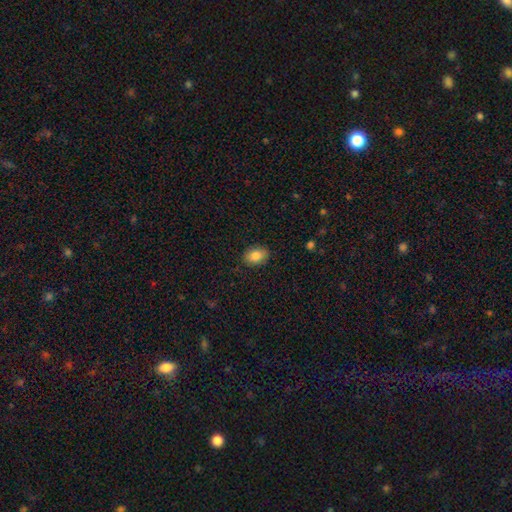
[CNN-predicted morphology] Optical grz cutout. It shows a smooth galaxy with no disk features (84%) that is in between round and cigar-shaped (72%). Merging: none (88%).